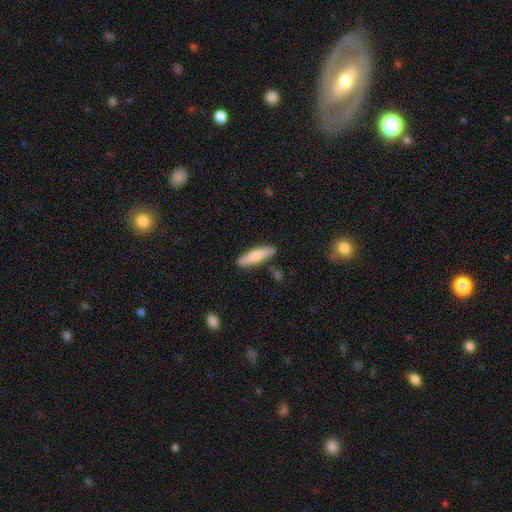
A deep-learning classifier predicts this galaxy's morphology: A smooth galaxy with no disk features (74%) that is cigar-shaped (72%). Merging: none (83%).